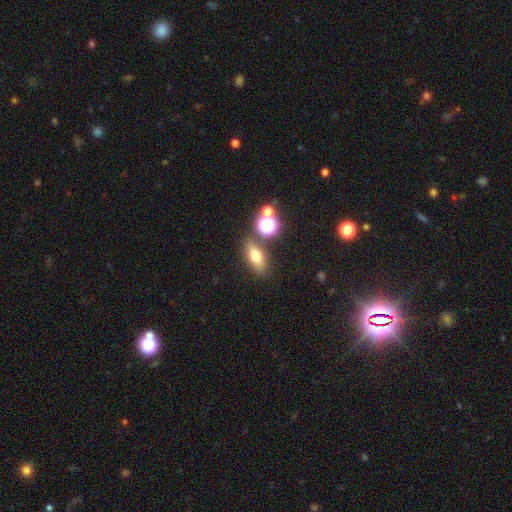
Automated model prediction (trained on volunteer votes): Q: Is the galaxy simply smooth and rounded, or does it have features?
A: smooth — 65%.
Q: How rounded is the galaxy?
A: in between — 65%.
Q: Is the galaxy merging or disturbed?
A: none — 77%.